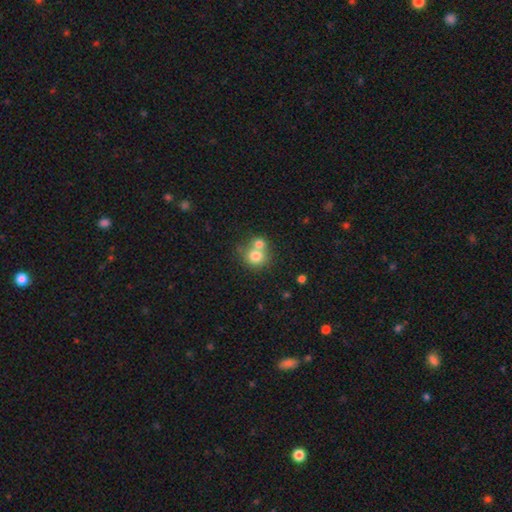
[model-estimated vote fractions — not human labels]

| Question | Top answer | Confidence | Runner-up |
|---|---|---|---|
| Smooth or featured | smooth | 75% | featured or disk (14%) |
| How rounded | round | 84% | in between (15%) |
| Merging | merger | 52% | none (38%) |